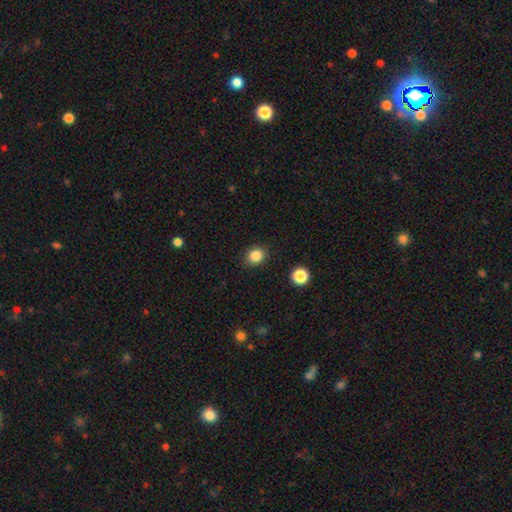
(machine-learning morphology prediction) Overall: smooth (85%). How rounded: round (72%). Merging: none (89%).